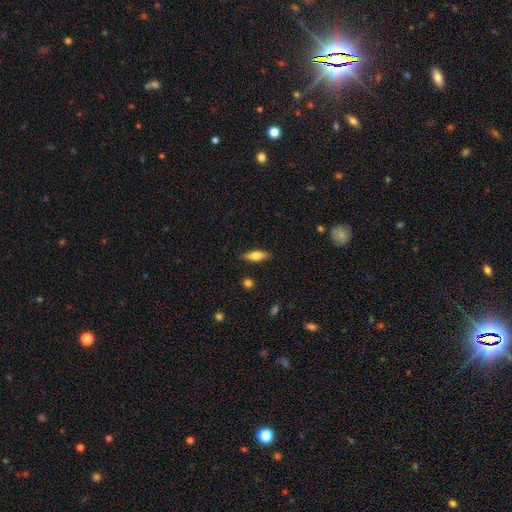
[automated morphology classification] A smooth galaxy with no disk features (64%) that is cigar-shaped (50%).

Vote fractions:
- Smooth or featured? smooth: 64% / featured or disk: 30% / star or artifact: 7%
- How rounded? cigar-shaped: 50% / in between: 47% / round: 3%
- Merging? none: 86% / minor disturbance: 10% / major disturbance: 2% / merger: 1%